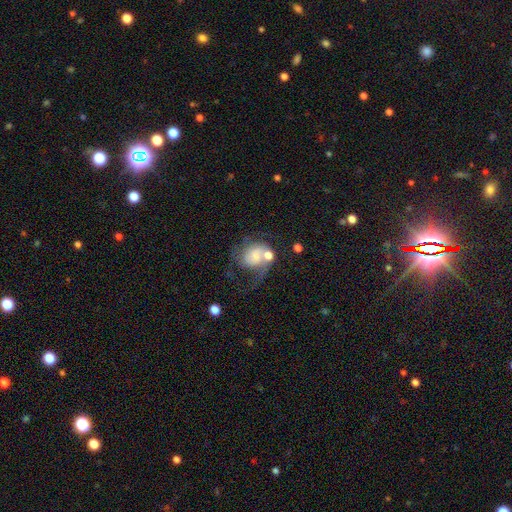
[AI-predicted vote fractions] Smooth or featured: featured or disk — 59% (smooth — 32%)
Edge-on disk: no — 98% (yes — 2%)
Bar: no — 68% (weak — 27%)
Spiral arms: yes — 83% (no — 17%)
Bulge size: small — 37% (moderate — 28%)
Merging: none — 32% (major disturbance — 30%)